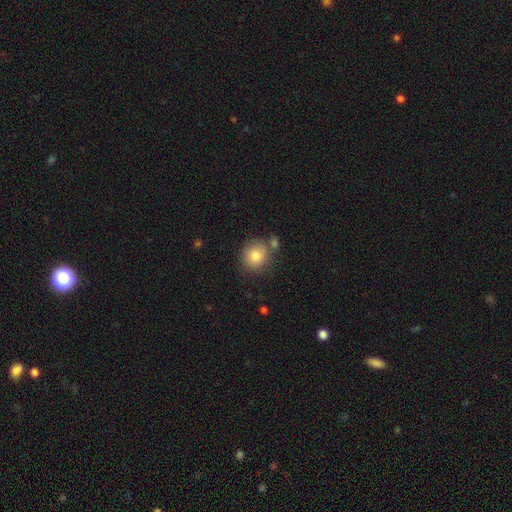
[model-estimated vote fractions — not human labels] Smooth or featured: smooth — 82% (star or artifact — 9%)
How rounded: round — 80% (in between — 19%)
Merging: none — 71% (minor disturbance — 13%)